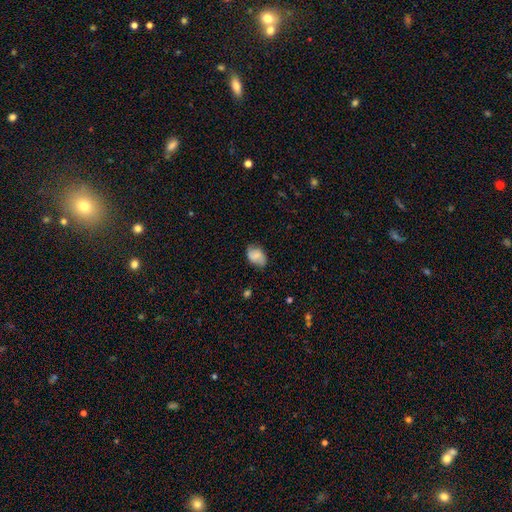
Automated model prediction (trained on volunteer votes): Smooth or featured? smooth (67%)
How rounded? in between (80%)
Merging? none (69%)